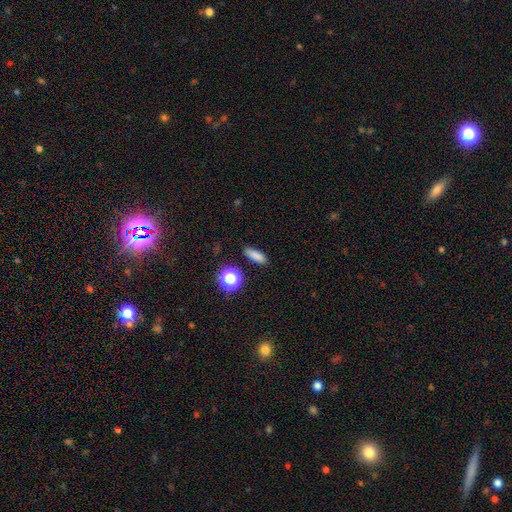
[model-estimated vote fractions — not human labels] Smooth or featured?
  - smooth: 81% *
  - star or artifact: 13%
  - featured or disk: 6%
How rounded?
  - in between: 51% *
  - cigar-shaped: 39%
  - round: 10%
Merging?
  - none: 86% *
  - minor disturbance: 9%
  - major disturbance: 2%
  - merger: 2%